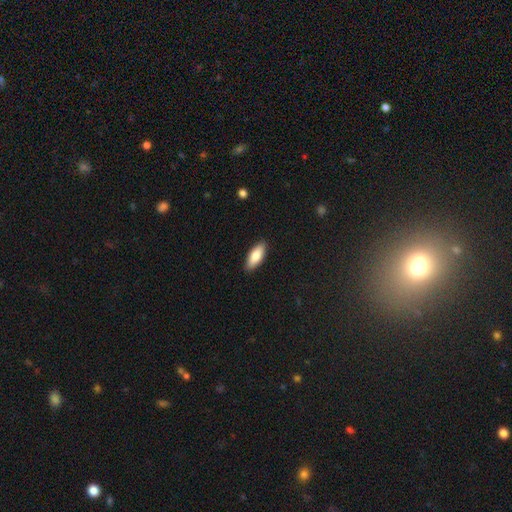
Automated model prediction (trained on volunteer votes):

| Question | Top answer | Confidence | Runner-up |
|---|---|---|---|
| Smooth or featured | smooth | 83% | featured or disk (12%) |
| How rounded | in between | 74% | cigar-shaped (24%) |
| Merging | none | 88% | minor disturbance (9%) |